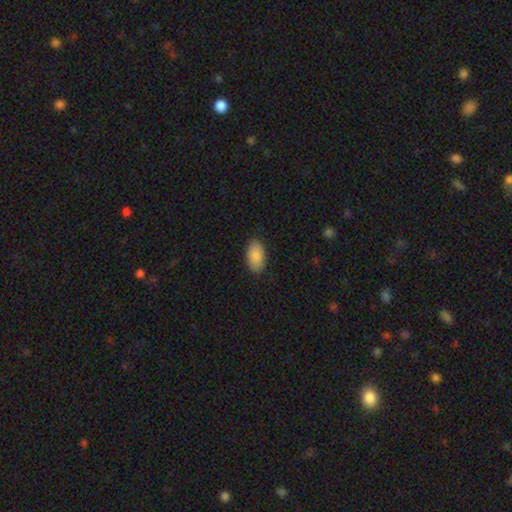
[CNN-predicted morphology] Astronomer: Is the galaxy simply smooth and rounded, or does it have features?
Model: smooth — 89%.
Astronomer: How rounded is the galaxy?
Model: in between — 94%.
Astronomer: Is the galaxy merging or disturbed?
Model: none — 87%.